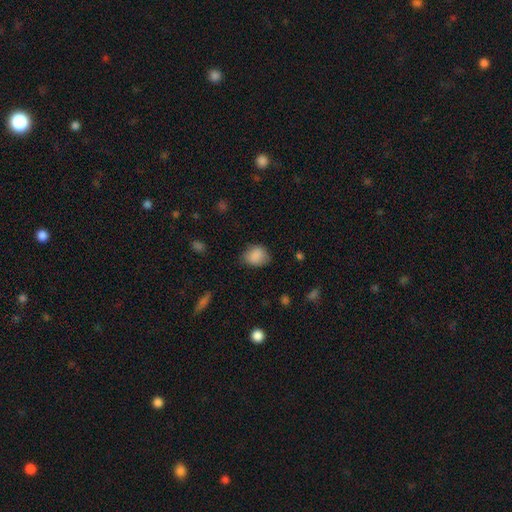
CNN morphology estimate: Smooth or featured? smooth (86%)
How rounded? in between (50%)
Merging? none (70%)